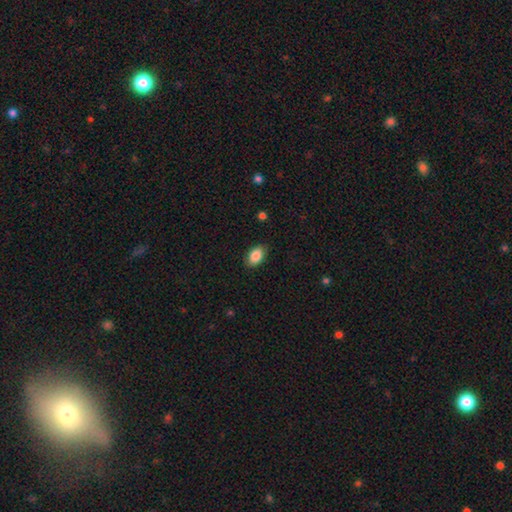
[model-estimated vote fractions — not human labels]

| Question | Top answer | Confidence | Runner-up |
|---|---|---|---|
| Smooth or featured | smooth | 86% | star or artifact (7%) |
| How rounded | in between | 90% | round (9%) |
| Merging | none | 86% | minor disturbance (11%) |